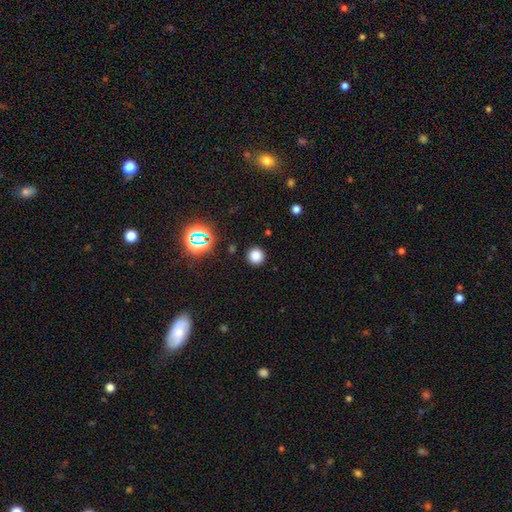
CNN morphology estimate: Q: Smooth or featured?
A: smooth (78%); runner-up: star or artifact (18%)
Q: How rounded?
A: round (94%); runner-up: in between (5%)
Q: Merging?
A: none (90%); runner-up: minor disturbance (6%)